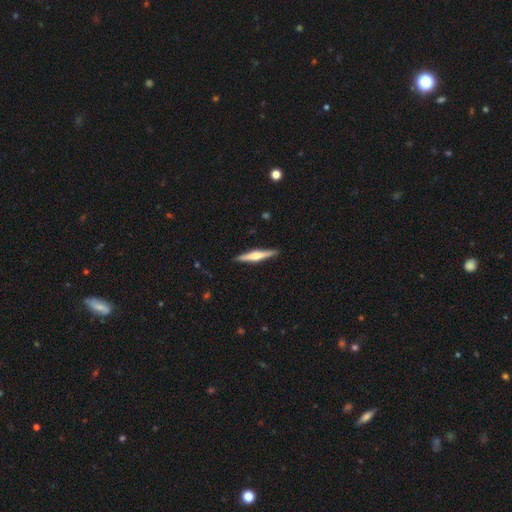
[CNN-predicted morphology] Smooth or featured: featured or disk — 66% (smooth — 29%)
Edge-on disk: yes — 98% (no — 2%)
Edge-on bulge: rounded — 85% (boxy — 10%)
Merging: none — 91% (minor disturbance — 6%)